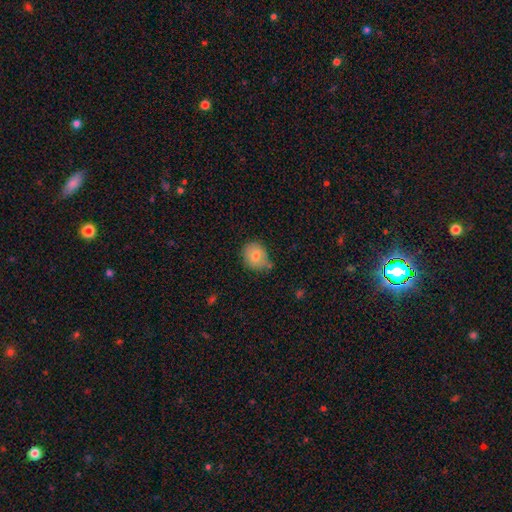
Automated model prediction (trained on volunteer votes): This is likely a smooth galaxy (76%). How rounded: possibly round (59%). Merging: likely none (64%).